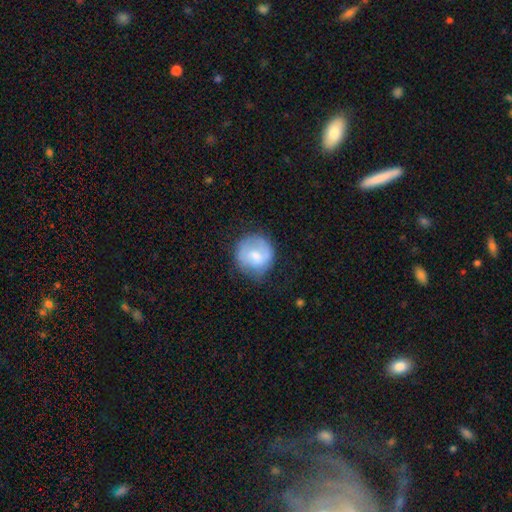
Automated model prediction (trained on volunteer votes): smooth_or_featured: smooth (p=0.62) [alt: featured or disk p=0.31]
how_rounded: round (p=0.87) [alt: in between p=0.12]
merging: none (p=0.60) [alt: minor disturbance p=0.27]